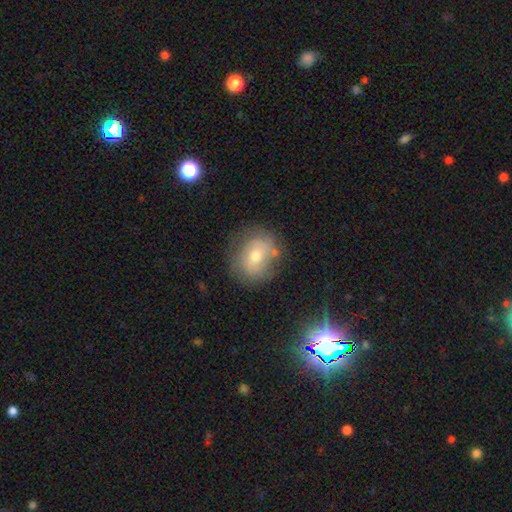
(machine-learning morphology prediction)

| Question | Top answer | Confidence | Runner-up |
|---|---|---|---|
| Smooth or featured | smooth | 53% | featured or disk (35%) |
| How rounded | round | 68% | in between (31%) |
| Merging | none | 69% | minor disturbance (20%) |